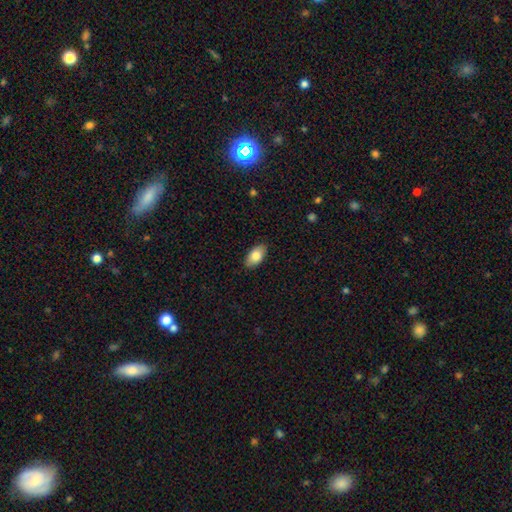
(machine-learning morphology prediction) Smooth or featured? smooth (81%)
How rounded? in between (93%)
Merging? none (88%)